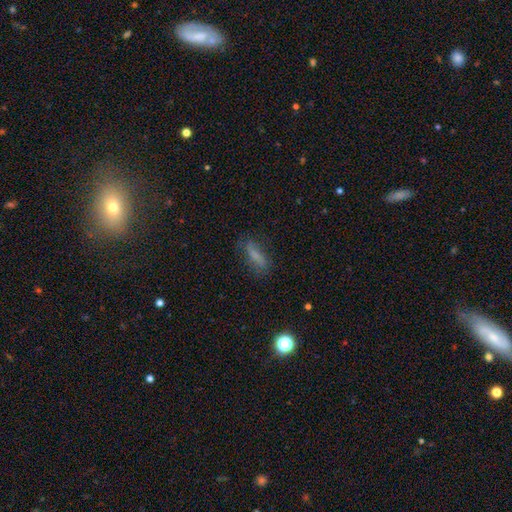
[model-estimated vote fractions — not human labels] Smooth or featured? Predicted: smooth (p=0.63). How rounded? Predicted: in between (p=0.52). Merging? Predicted: none (p=0.69).